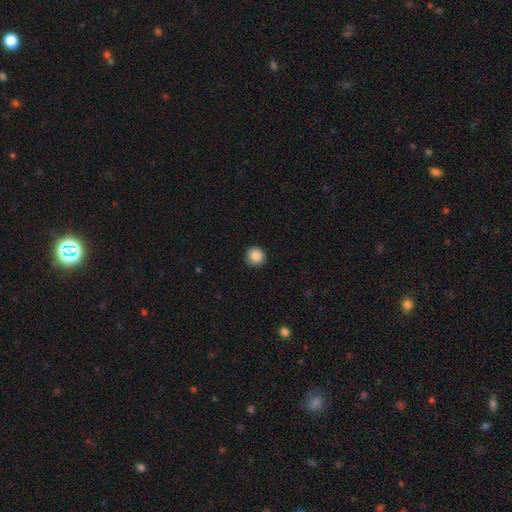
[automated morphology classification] Smooth or featured? smooth (88%)
How rounded? round (95%)
Merging? none (90%)